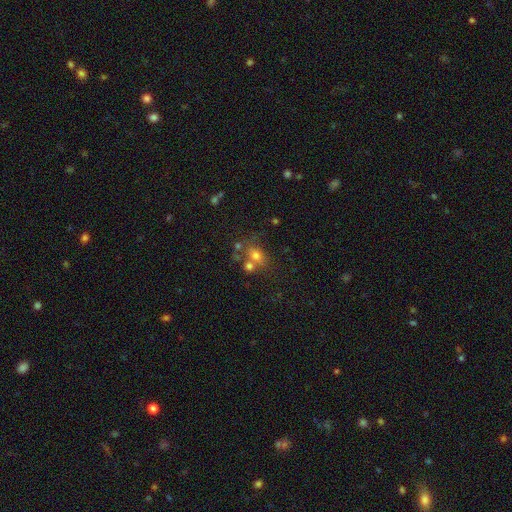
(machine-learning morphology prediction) Smooth or featured?
  - smooth: 67% *
  - star or artifact: 18%
  - featured or disk: 15%
How rounded?
  - round: 55% *
  - in between: 43%
  - cigar-shaped: 1%
Merging?
  - none: 48% *
  - merger: 33%
  - minor disturbance: 13%
  - major disturbance: 7%